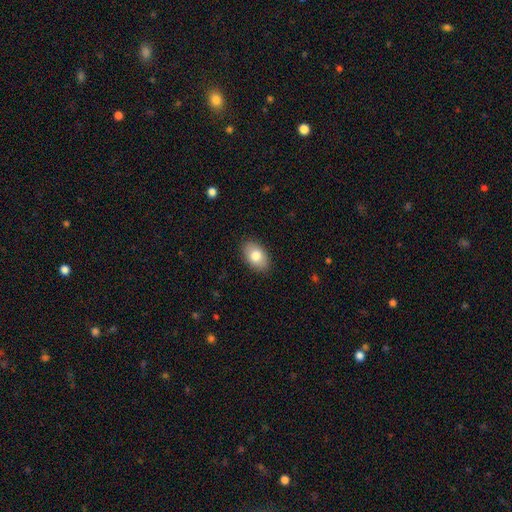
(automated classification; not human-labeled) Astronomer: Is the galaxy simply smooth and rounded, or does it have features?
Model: smooth — 81%.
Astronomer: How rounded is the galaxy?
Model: in between — 90%.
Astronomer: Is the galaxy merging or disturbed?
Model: none — 88%.